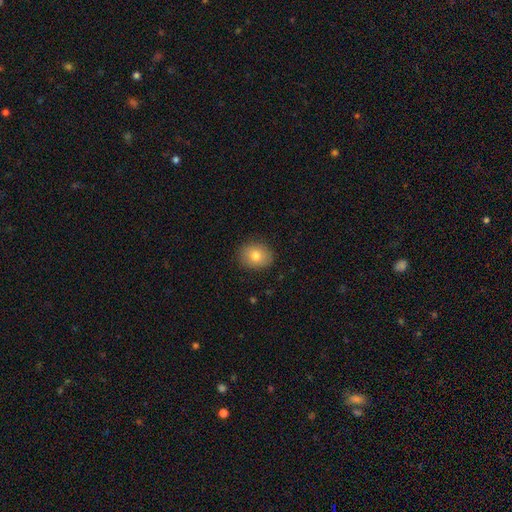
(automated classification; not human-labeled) Smooth or featured: smooth — 80% (featured or disk — 11%)
How rounded: round — 58% (in between — 41%)
Merging: none — 88% (minor disturbance — 9%)